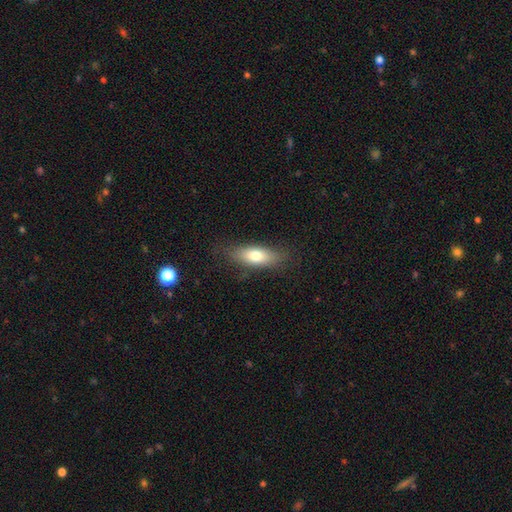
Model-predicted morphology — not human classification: Q: Smooth or featured?
A: smooth (72%); runner-up: featured or disk (20%)
Q: How rounded?
A: in between (68%); runner-up: cigar-shaped (29%)
Q: Merging?
A: none (80%); runner-up: minor disturbance (15%)